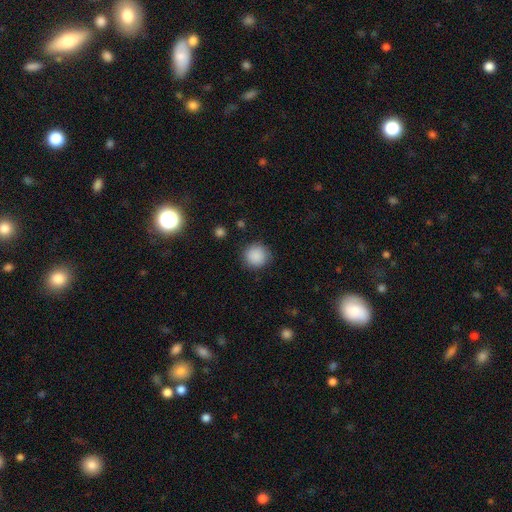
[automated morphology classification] Smooth or featured?
  - smooth: 88% *
  - star or artifact: 9%
  - featured or disk: 3%
How rounded?
  - round: 94% *
  - in between: 5%
  - cigar-shaped: 1%
Merging?
  - none: 88% *
  - minor disturbance: 8%
  - major disturbance: 3%
  - merger: 1%